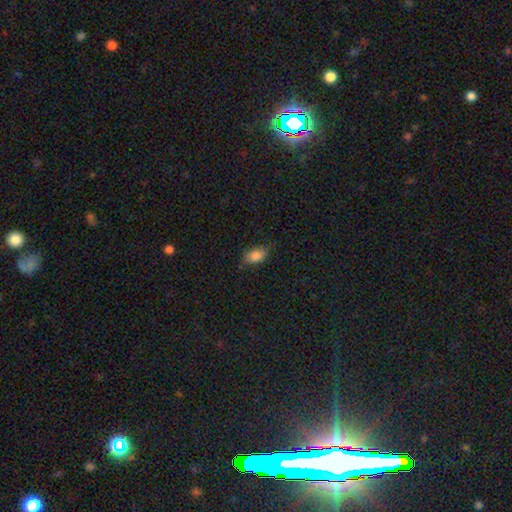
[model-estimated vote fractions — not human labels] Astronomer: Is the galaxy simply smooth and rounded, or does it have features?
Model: smooth — 85%.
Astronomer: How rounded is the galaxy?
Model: in between — 89%.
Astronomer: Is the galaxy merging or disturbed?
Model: none — 74%.